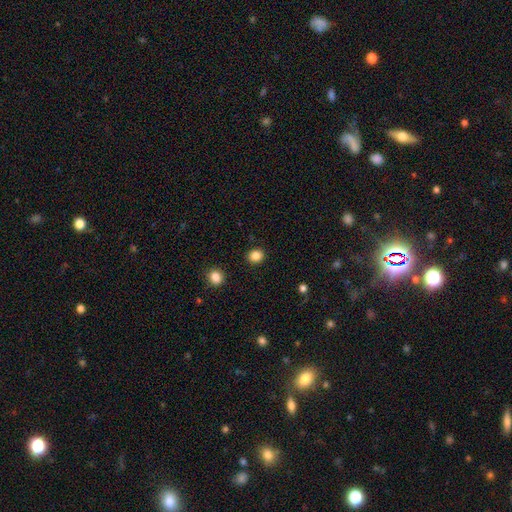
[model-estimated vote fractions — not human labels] smooth_or_featured: smooth (p=0.85) [alt: star or artifact p=0.11]
how_rounded: round (p=0.77) [alt: in between p=0.22]
merging: none (p=0.91) [alt: minor disturbance p=0.06]